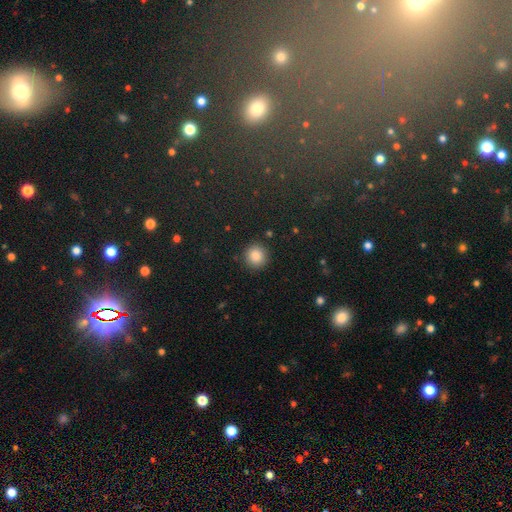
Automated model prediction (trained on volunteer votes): This appears to be a smooth galaxy with no disk features (87%) that is round (93%). Merging: none (90%).